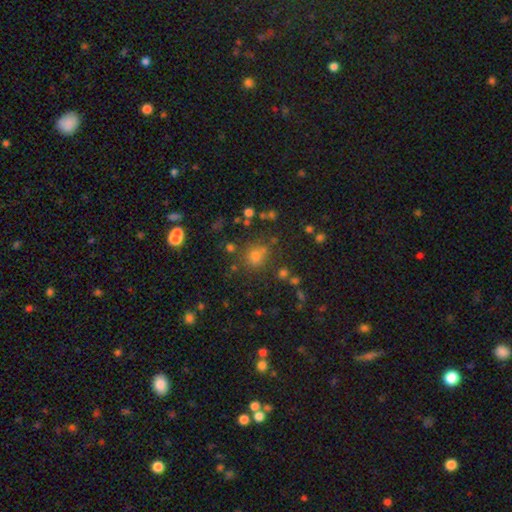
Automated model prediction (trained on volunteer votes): The model was most divided on "smooth or featured": smooth: 63%, star or artifact: 29%, featured or disk: 8%. More confident: how rounded — round (78%); merging — none (71%).